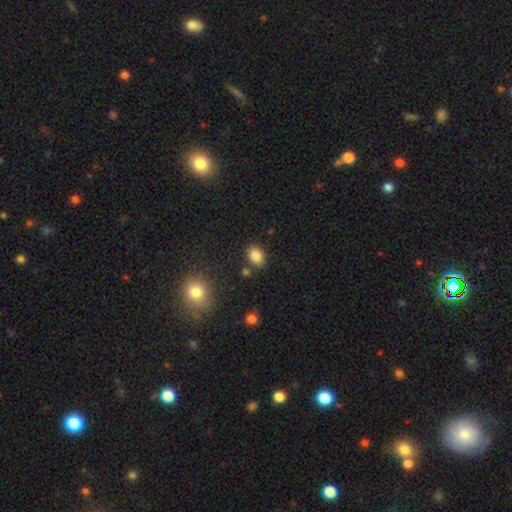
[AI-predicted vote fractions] Smooth or featured? Predicted: smooth (p=0.85). How rounded? Predicted: in between (p=0.63). Merging? Predicted: none (p=0.84).